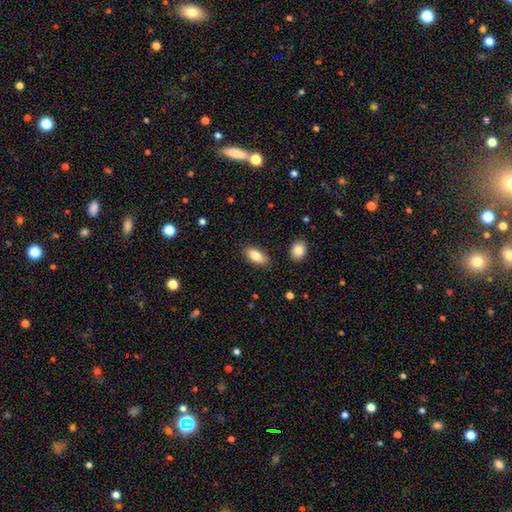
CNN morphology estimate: Overall: smooth (84%). How rounded: in between (89%). Merging: none (86%).